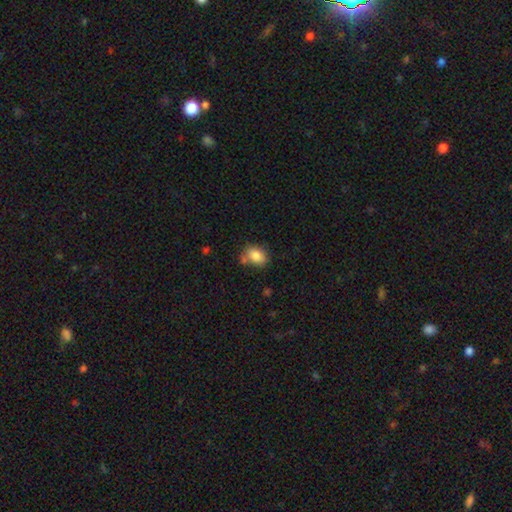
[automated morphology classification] This appears to be a smooth galaxy with no disk features (84%) that is in between round and cigar-shaped (74%). Merging: none (62%).